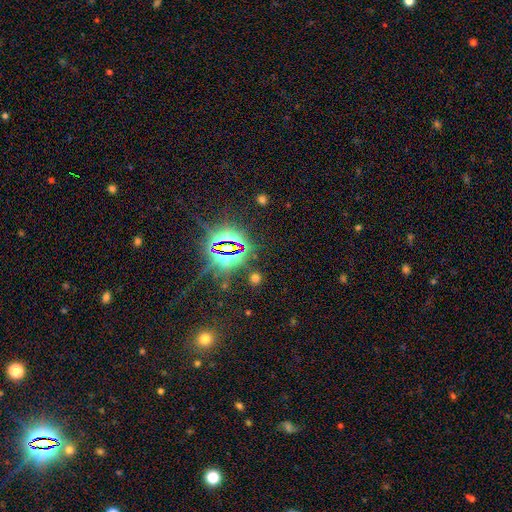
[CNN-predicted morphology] Smooth or featured? star or artifact (80%)